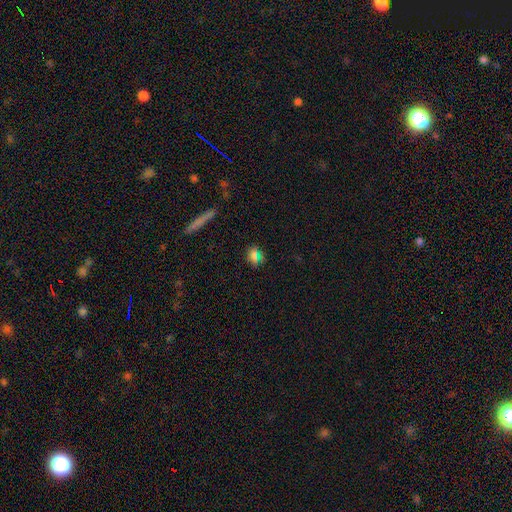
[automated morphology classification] smooth-or-featured: smooth: 59% | star or artifact: 32% | featured or disk: 10%
  how-rounded: round: 51% | in between: 42% | cigar-shaped: 7%
  merging: none: 85% | minor disturbance: 10% | major disturbance: 3% | merger: 3%